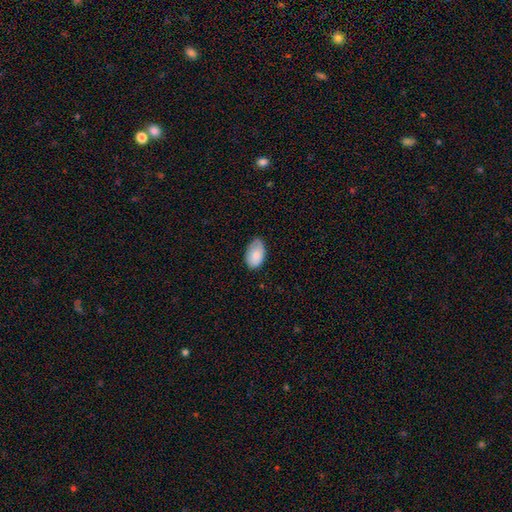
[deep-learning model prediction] Q: Smooth or featured?
A: smooth (83%); runner-up: featured or disk (11%)
Q: How rounded?
A: in between (92%); runner-up: round (6%)
Q: Merging?
A: none (61%); runner-up: minor disturbance (32%)